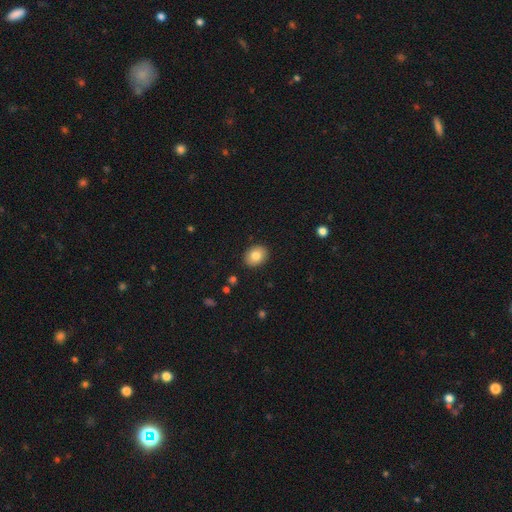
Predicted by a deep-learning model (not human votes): Morphology: type=smooth (83%); roundness=in between (62%); merging=none (90%).